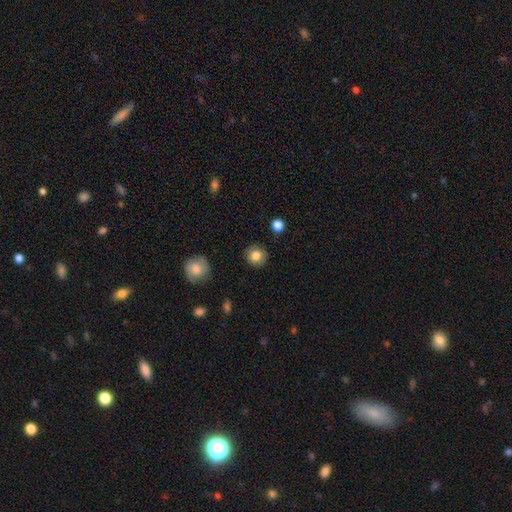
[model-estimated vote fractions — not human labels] Morphology: type=smooth (82%); roundness=round (91%); merging=none (89%).